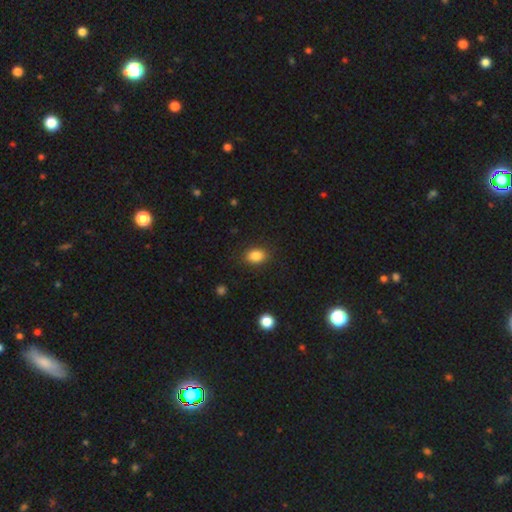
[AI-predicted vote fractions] This appears to be a smooth galaxy with no disk features (85%) that is in between round and cigar-shaped (72%). Merging: none (86%).